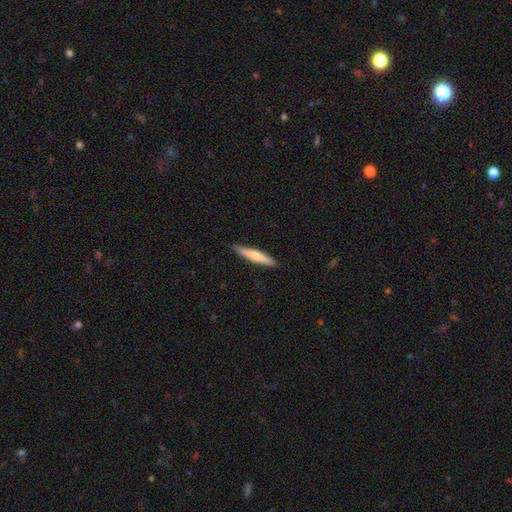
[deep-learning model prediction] This is likely a smooth galaxy (69%). How rounded: clearly cigar-shaped (91%). Merging: clearly none (90%).